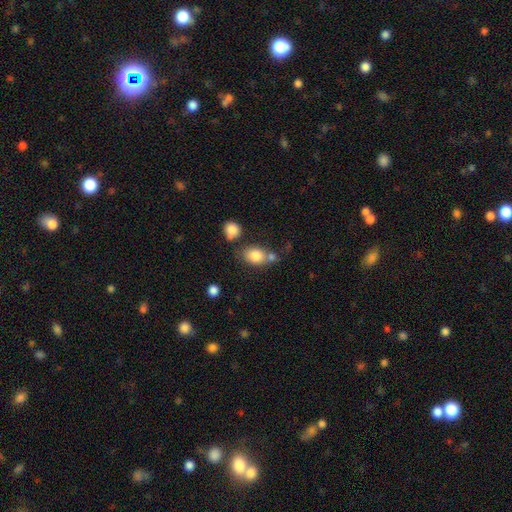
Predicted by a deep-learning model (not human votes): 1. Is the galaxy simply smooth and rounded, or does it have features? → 81% smooth, 10% featured or disk, 9% star or artifact.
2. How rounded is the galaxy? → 65% in between, 34% round, 2% cigar-shaped.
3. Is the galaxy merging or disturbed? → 52% none, 27% merger, 15% minor disturbance, 6% major disturbance.